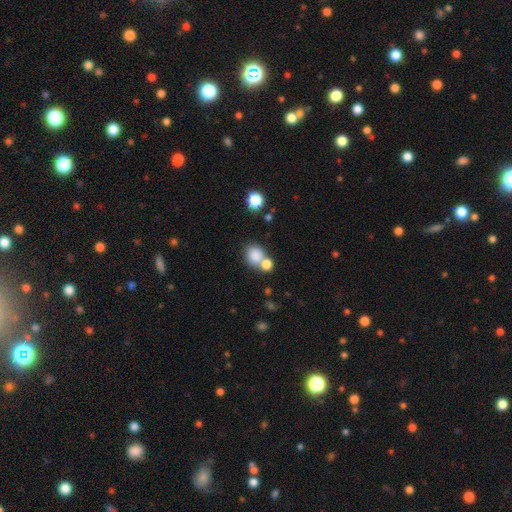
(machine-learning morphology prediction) Smooth or featured? Predicted: smooth (p=0.82). How rounded? Predicted: round (p=0.73). Merging? Predicted: none (p=0.50).